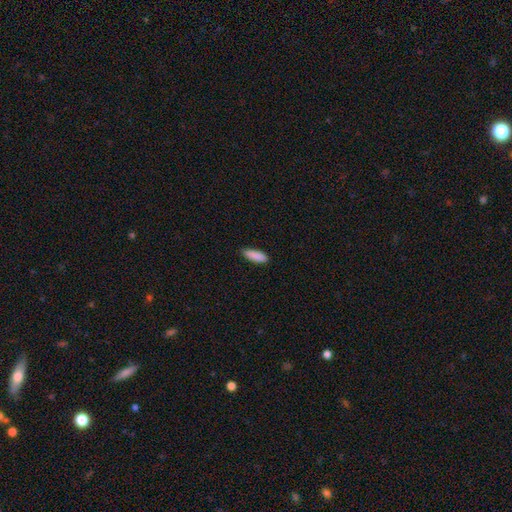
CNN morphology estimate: Smooth or featured? smooth (90%)
How rounded? in between (52%)
Merging? none (85%)